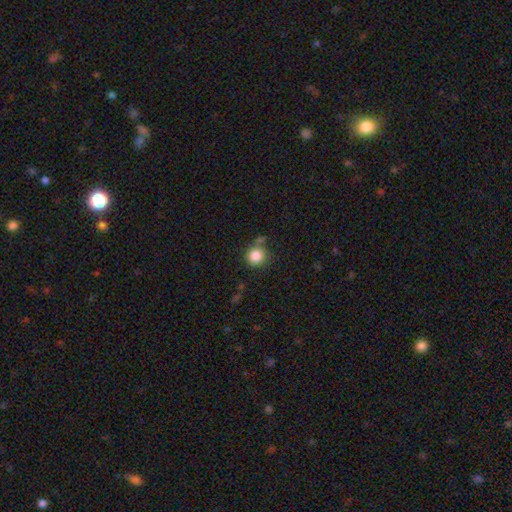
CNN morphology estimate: Q: Smooth or featured?
A: smooth (85%); runner-up: star or artifact (10%)
Q: How rounded?
A: round (92%); runner-up: in between (7%)
Q: Merging?
A: none (72%); runner-up: minor disturbance (13%)